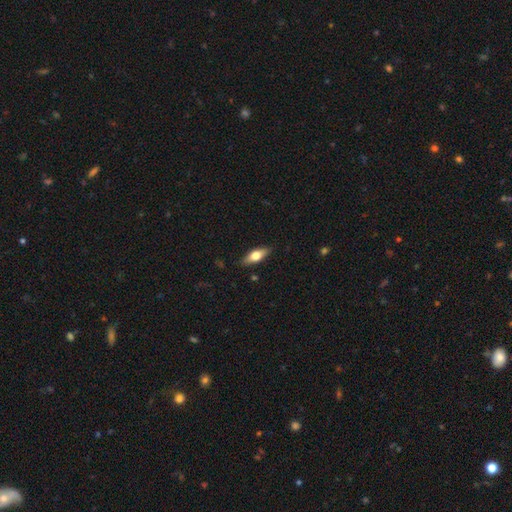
A featured or disk galaxy (49%) viewed edge-on (74%) with a rounded central bulge (100%).

Vote fractions:
- Smooth or featured? featured or disk: 49% / smooth: 46% / star or artifact: 5%
- Edge-on disk? yes: 74% / no: 26%
- Edge-on bulge? rounded: 100% / boxy: 0% / none: 0%
- Merging? none: 84% / minor disturbance: 8% / merger: 5% / major disturbance: 3%